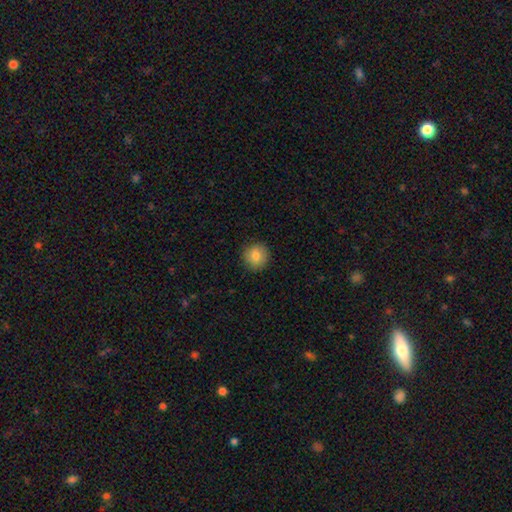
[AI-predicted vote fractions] This appears to be a smooth galaxy with no disk features (84%) that is round (91%). Merging: none (89%).